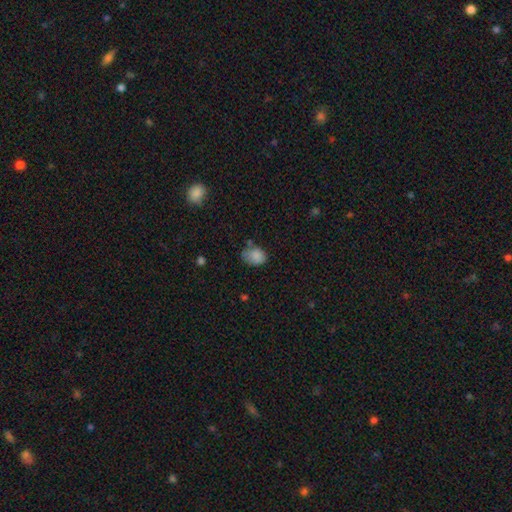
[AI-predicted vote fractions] The model was most divided on "merging": none: 54%, minor disturbance: 31%, major disturbance: 8%, merger: 7%. More confident: smooth or featured — smooth (84%); how rounded — in between (66%).